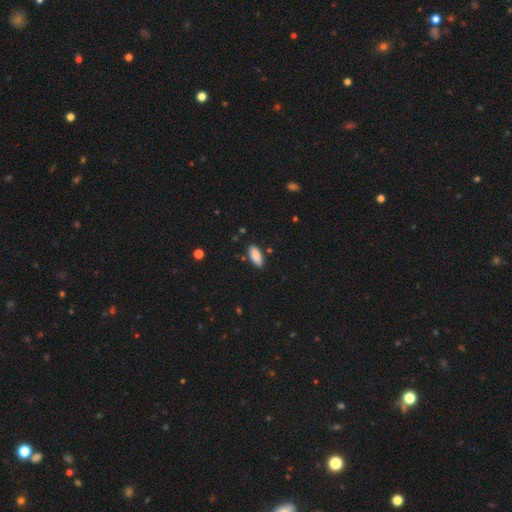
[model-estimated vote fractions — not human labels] smooth-or-featured: smooth: 88% | star or artifact: 6% | featured or disk: 6%
  how-rounded: in between: 86% | cigar-shaped: 12% | round: 2%
  merging: none: 83% | minor disturbance: 12% | major disturbance: 2% | merger: 2%